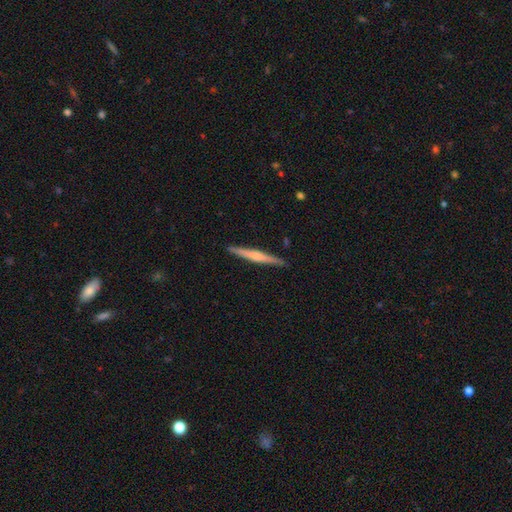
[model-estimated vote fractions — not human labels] smooth_or_featured: featured or disk (p=0.59) [alt: smooth p=0.36]
disk_edge_on: yes (p=0.98) [alt: no p=0.02]
edge_on_bulge: rounded (p=0.62) [alt: none p=0.25]
merging: none (p=0.91) [alt: minor disturbance p=0.06]